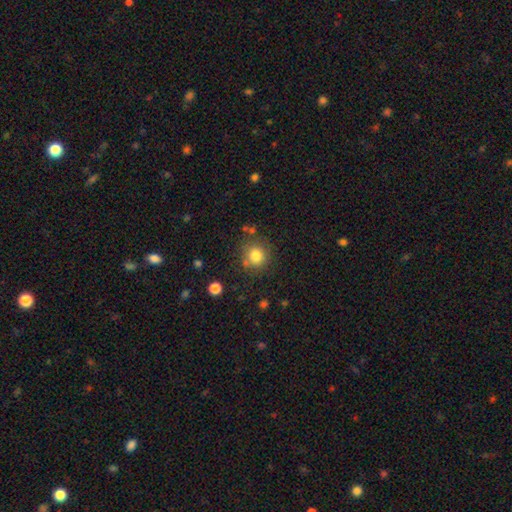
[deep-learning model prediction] Smooth or featured?
  - smooth: 81% *
  - star or artifact: 12%
  - featured or disk: 7%
How rounded?
  - round: 90% *
  - in between: 9%
  - cigar-shaped: 1%
Merging?
  - none: 77% *
  - minor disturbance: 11%
  - merger: 7%
  - major disturbance: 4%